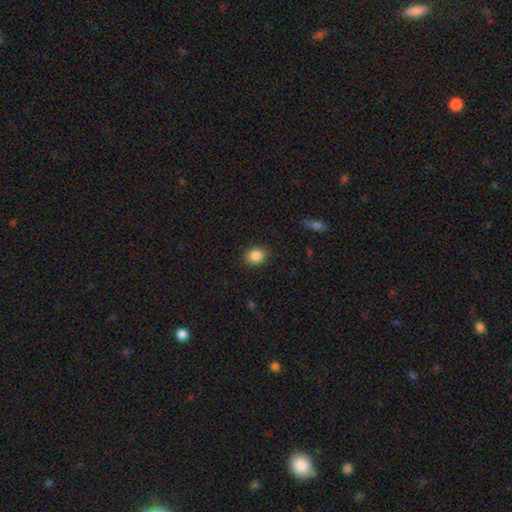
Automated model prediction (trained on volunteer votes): smooth-or-featured: smooth: 87% | star or artifact: 9% | featured or disk: 4%
  how-rounded: round: 60% | in between: 39% | cigar-shaped: 1%
  merging: none: 87% | minor disturbance: 10% | major disturbance: 2% | merger: 1%